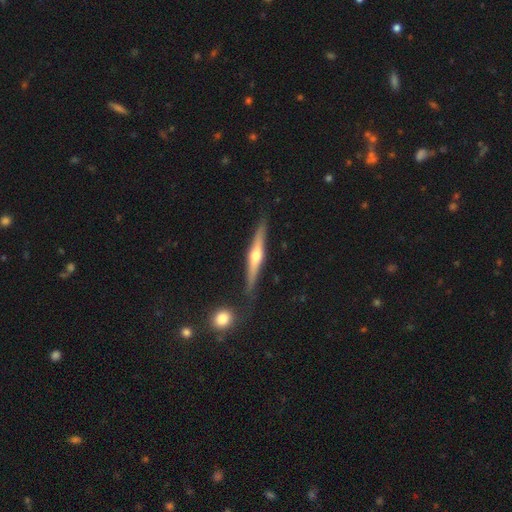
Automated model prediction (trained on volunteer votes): This is likely a featured or disk galaxy (68%). It is clearly viewed edge-on (97%). Edge-on bulge: clearly rounded (91%). Merging: clearly none (83%).